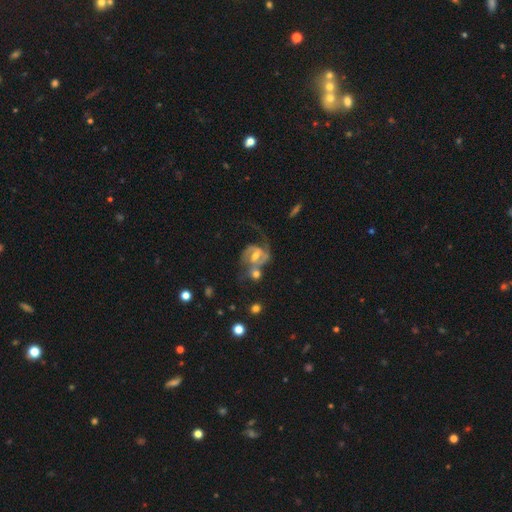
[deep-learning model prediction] smooth-or-featured: featured or disk: 83% | smooth: 11% | star or artifact: 6%
  disk-edge-on: no: 97% | yes: 3%
    bar: weak: 49% | no: 26% | strong: 25%
    has-spiral-arms: yes: 94% | no: 6%
      spiral-winding: medium: 50% | tight: 26% | loose: 24%
      spiral-arm-count: 2: 77% | 1: 9% | can't tell: 7% | 3: 4% | 4: 1% | more than 4: 1%
    bulge-size: moderate: 63% | small: 29% | large: 5% | none: 3% | dominant: 1%
  merging: none: 39% | merger: 26% | major disturbance: 18% | minor disturbance: 17%